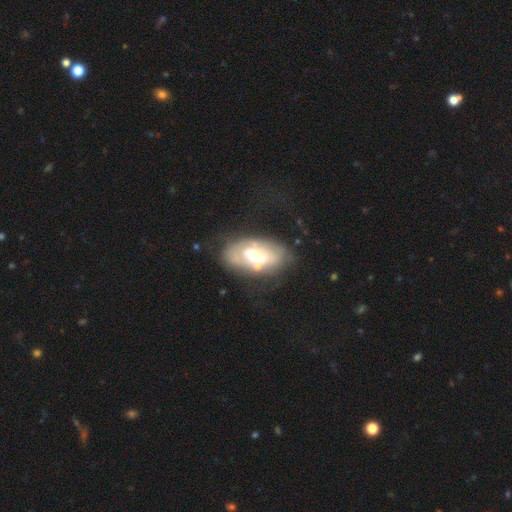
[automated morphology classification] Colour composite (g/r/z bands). It shows a featured or disk galaxy (60%) with no bar (67%), no spiral arms (50%, tied with yes) and a moderate central bulge (46%). Merging: none (53%).